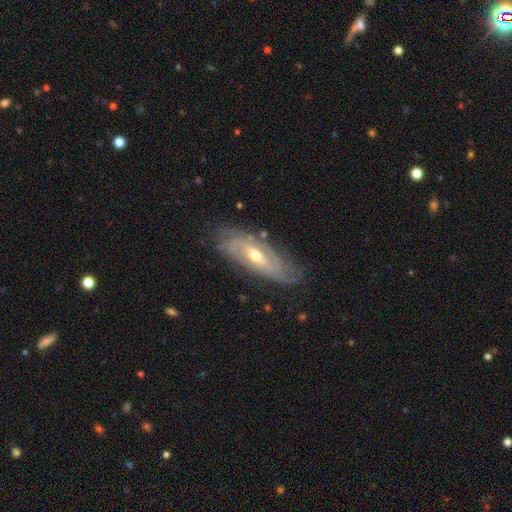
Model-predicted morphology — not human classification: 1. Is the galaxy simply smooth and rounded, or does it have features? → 84% featured or disk, 10% smooth, 6% star or artifact.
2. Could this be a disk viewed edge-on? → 86% no, 14% yes.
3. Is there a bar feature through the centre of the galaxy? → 42% no, 41% weak, 18% strong.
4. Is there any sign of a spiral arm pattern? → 92% yes, 8% no.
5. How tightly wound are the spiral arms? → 63% tight, 28% medium, 8% loose.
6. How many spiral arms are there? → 37% can't tell (tied), 37% 2 (tied), 13% 3, 6% 4, 4% 1, 4% more than 4.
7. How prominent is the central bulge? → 58% moderate, 38% small, 2% large, 1% none, 1% dominant.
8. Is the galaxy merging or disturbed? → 77% none, 17% minor disturbance, 5% major disturbance, 1% merger.